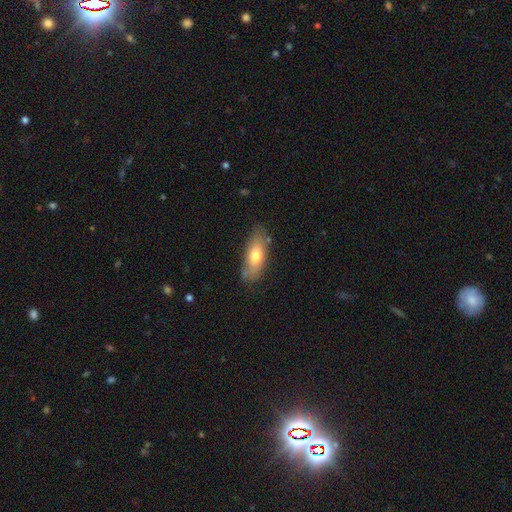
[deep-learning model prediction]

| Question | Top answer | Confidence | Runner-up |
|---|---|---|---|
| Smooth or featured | smooth | 70% | featured or disk (23%) |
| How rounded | in between | 75% | cigar-shaped (22%) |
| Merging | none | 77% | minor disturbance (17%) |